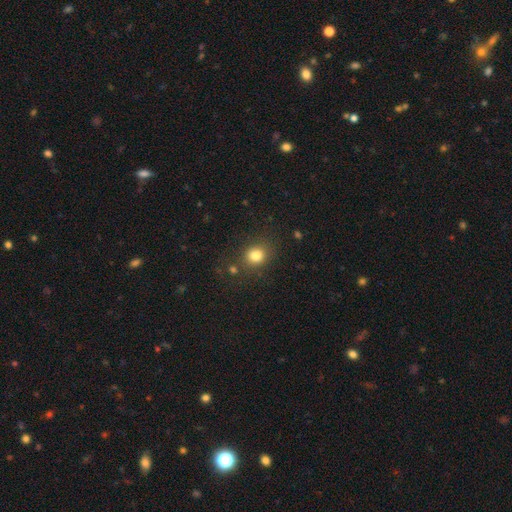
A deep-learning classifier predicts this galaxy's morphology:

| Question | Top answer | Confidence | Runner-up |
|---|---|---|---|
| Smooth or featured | smooth | 81% | star or artifact (12%) |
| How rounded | round | 69% | in between (30%) |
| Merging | none | 76% | minor disturbance (13%) |